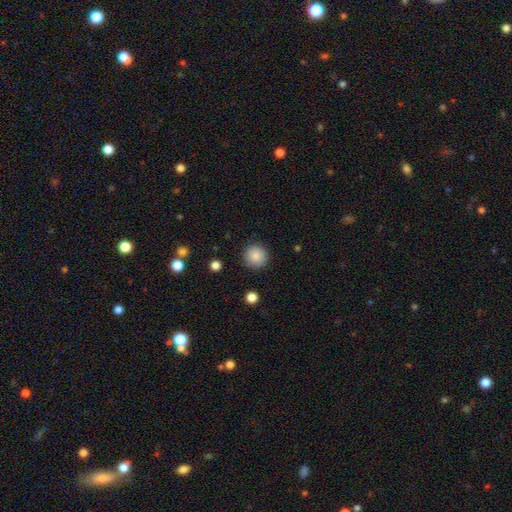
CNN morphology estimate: type=smooth (86%); roundness=round (95%); merging=none (90%).